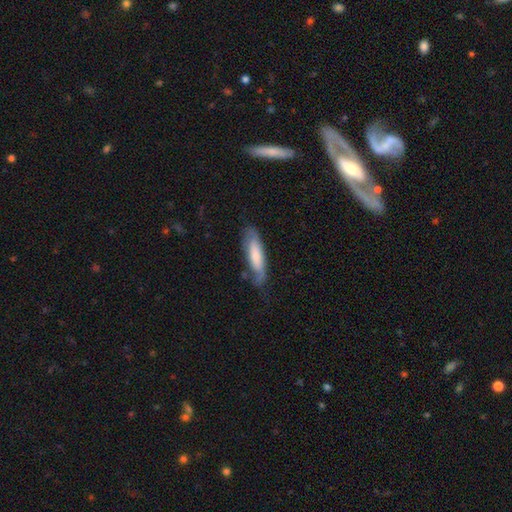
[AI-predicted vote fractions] Smooth or featured? Predicted: smooth (p=0.65). How rounded? Predicted: cigar-shaped (p=0.64). Merging? Predicted: none (p=0.58).